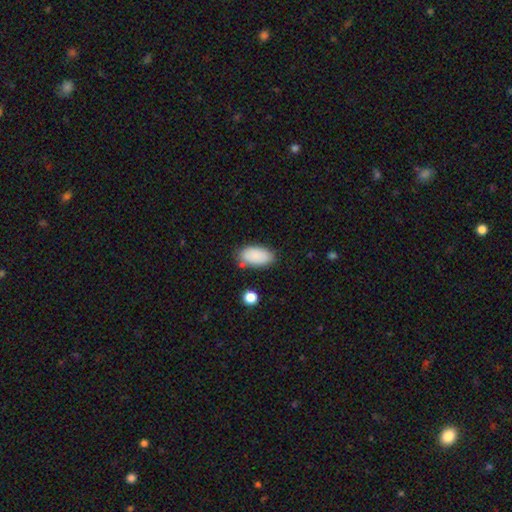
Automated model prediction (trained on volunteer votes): Overall: smooth (88%). How rounded: in between (94%). Merging: none (78%).